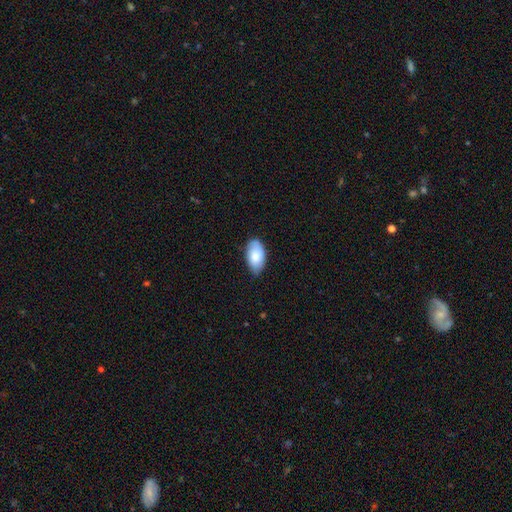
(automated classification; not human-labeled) smooth_or_featured: smooth (p=0.81) [alt: featured or disk p=0.13]
how_rounded: in between (p=0.95) [alt: round p=0.03]
merging: none (p=0.72) [alt: minor disturbance p=0.24]